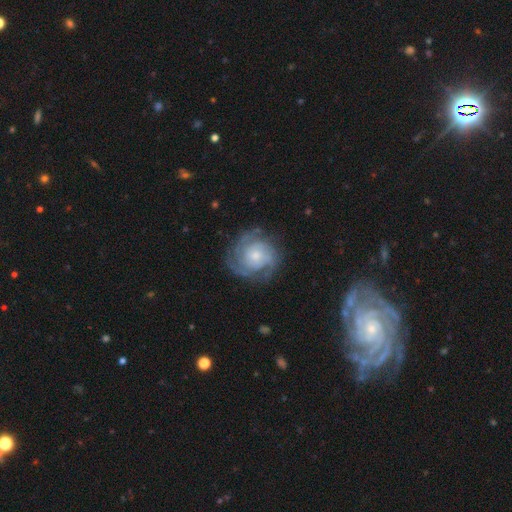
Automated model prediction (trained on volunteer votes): Smooth or featured?
  - featured or disk: 81% *
  - smooth: 13%
  - star or artifact: 6%
Edge-on disk?
  - no: 98% *
  - yes: 2%
Bar?
  - no: 76% *
  - weak: 20%
  - strong: 4%
Spiral arms?
  - yes: 95% *
  - no: 5%
Spiral winding?
  - tight: 67% *
  - medium: 27%
  - loose: 6%
Spiral arm count?
  - can't tell: 29% *
  - 3: 26%
  - 2: 22%
  - 4: 12%
  - more than 4: 6%
  - 1: 6%
Bulge size?
  - small: 51% *
  - moderate: 39%
  - large: 6%
  - none: 3%
  - dominant: 1%
Merging?
  - none: 75% *
  - minor disturbance: 16%
  - major disturbance: 8%
  - merger: 1%